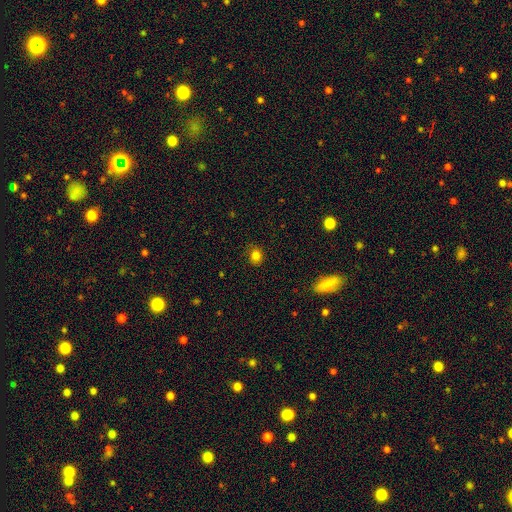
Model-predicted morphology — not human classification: smooth 82%, star or artifact 13%, featured or disk 6%. Down the decision tree: how rounded — round (69%); merging — none (80%).